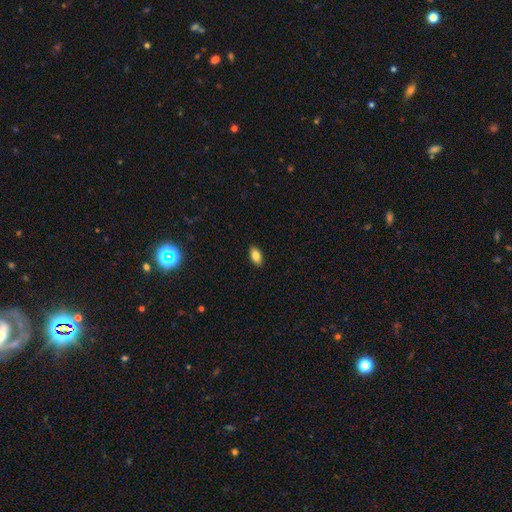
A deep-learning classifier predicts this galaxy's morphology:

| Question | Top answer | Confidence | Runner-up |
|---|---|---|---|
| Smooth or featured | smooth | 83% | featured or disk (9%) |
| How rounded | in between | 93% | round (4%) |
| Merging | none | 90% | minor disturbance (7%) |